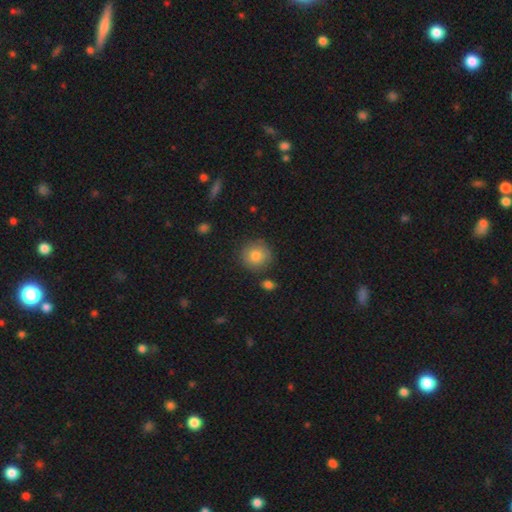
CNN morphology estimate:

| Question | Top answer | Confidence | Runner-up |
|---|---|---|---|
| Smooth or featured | smooth | 83% | star or artifact (9%) |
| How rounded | round | 91% | in between (8%) |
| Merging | none | 84% | minor disturbance (10%) |